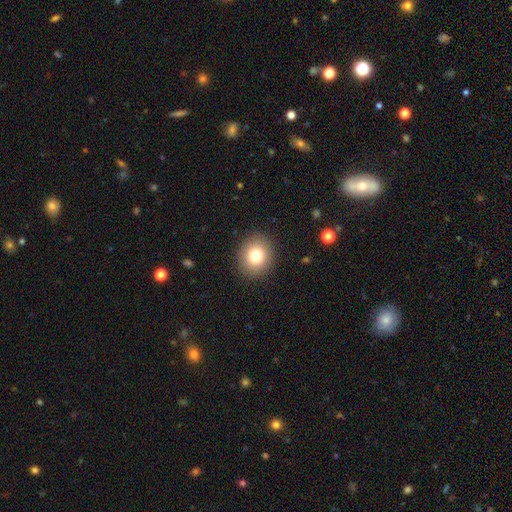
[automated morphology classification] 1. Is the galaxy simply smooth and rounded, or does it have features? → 79% smooth, 11% star or artifact, 10% featured or disk.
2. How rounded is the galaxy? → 77% round, 22% in between, 1% cigar-shaped.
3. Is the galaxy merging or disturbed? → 90% none, 6% minor disturbance, 2% major disturbance, 1% merger.